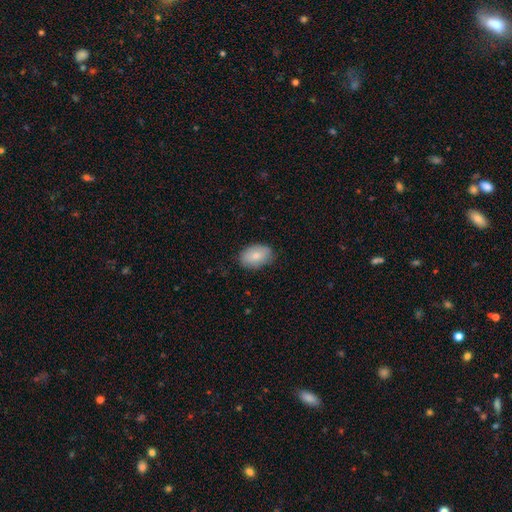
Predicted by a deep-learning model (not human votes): smooth-or-featured: smooth: 81% | featured or disk: 12% | star or artifact: 6%
  how-rounded: in between: 88% | round: 11% | cigar-shaped: 1%
  merging: none: 82% | minor disturbance: 15% | major disturbance: 3% | merger: 1%